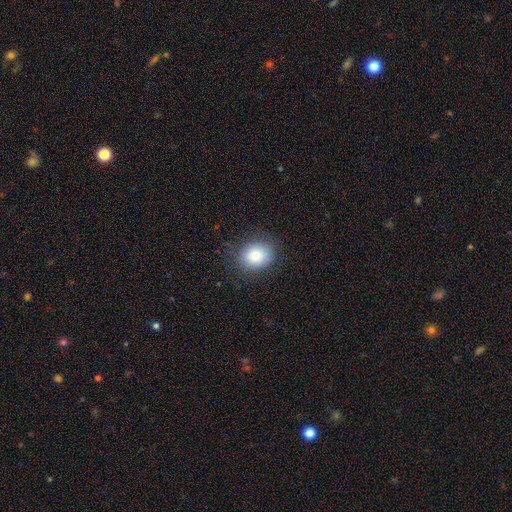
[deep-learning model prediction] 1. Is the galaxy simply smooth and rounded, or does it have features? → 84% smooth, 9% star or artifact, 7% featured or disk.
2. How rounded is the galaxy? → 62% round, 37% in between, 1% cigar-shaped.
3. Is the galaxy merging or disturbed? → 82% none, 13% minor disturbance, 5% major disturbance, 1% merger.